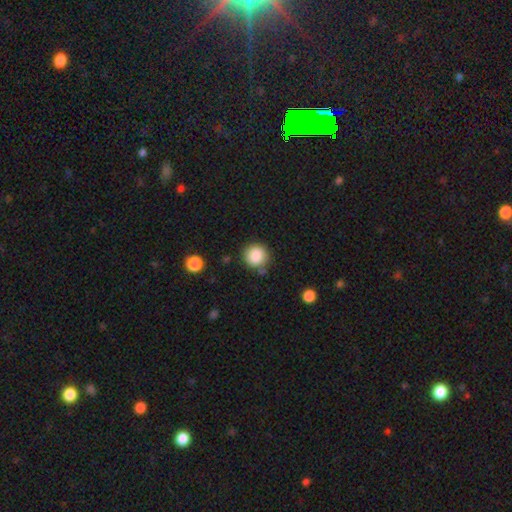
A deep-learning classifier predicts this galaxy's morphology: Smooth or featured? Predicted: smooth (p=0.87). How rounded? Predicted: round (p=0.90). Merging? Predicted: none (p=0.80).